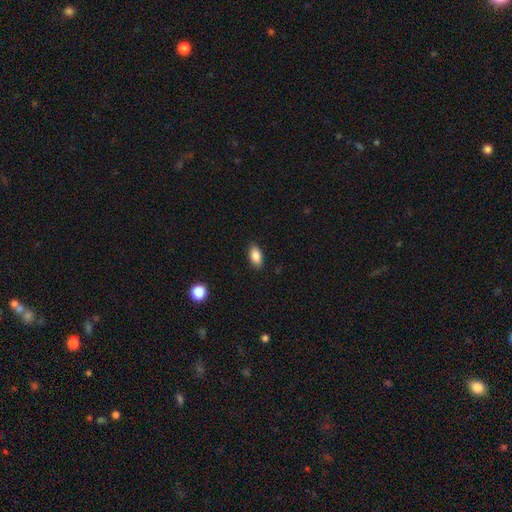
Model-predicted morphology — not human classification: The model was most divided on "merging": none: 88%, minor disturbance: 9%, major disturbance: 2%, merger: 1%. More confident: how rounded — in between (91%); smooth or featured — smooth (87%).